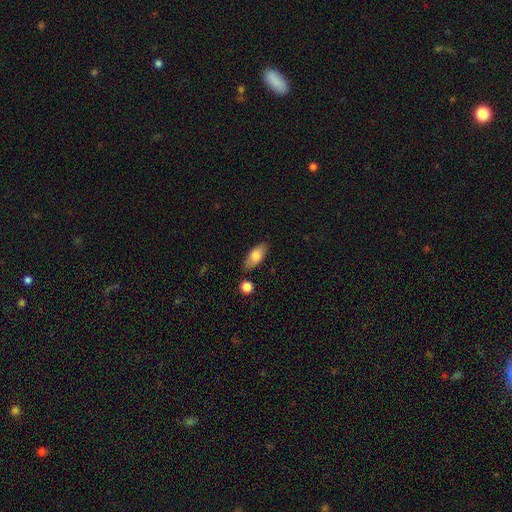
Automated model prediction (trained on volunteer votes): smooth-or-featured: smooth: 79% | featured or disk: 15% | star or artifact: 7%
  how-rounded: in between: 84% | cigar-shaped: 12% | round: 3%
  merging: none: 82% | minor disturbance: 12% | merger: 3% | major disturbance: 3%